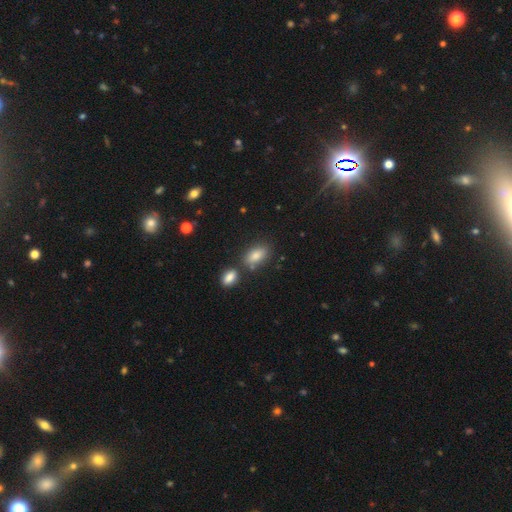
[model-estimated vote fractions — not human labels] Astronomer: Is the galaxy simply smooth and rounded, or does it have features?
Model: smooth — 84%.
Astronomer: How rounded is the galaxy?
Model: in between — 89%.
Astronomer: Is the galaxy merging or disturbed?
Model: none — 67%.